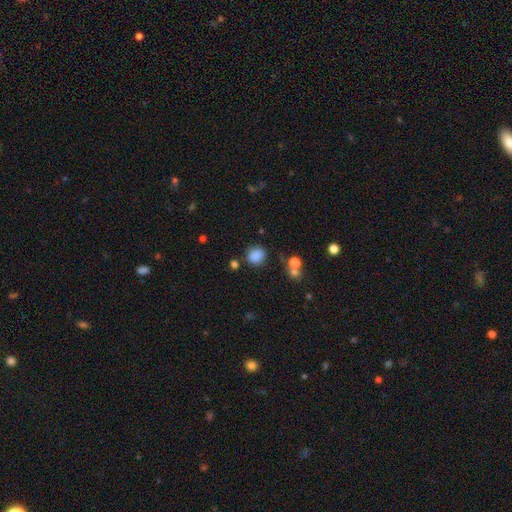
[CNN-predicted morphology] Overall: smooth (84%). How rounded: round (71%). Merging: none (75%).